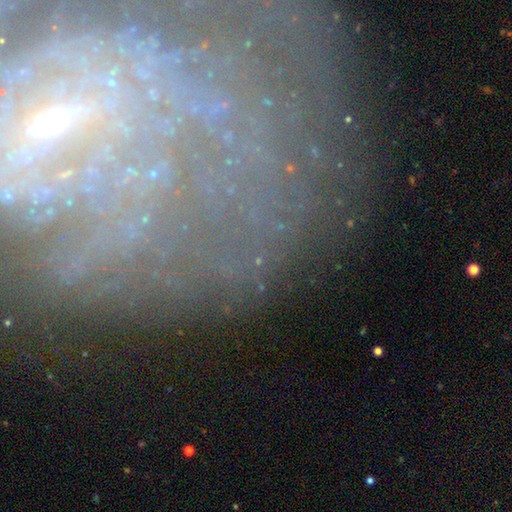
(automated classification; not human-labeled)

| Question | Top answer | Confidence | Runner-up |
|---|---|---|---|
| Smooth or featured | featured or disk | 49% | star or artifact (34%) |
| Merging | none | 72% | minor disturbance (14%) |